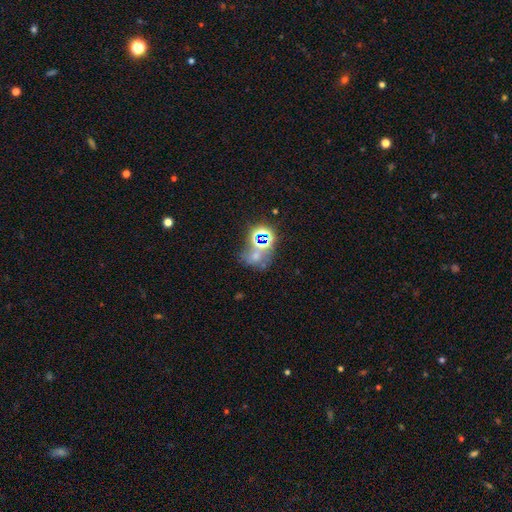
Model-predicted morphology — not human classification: smooth_or_featured: star or artifact (p=0.57) [alt: smooth p=0.24]